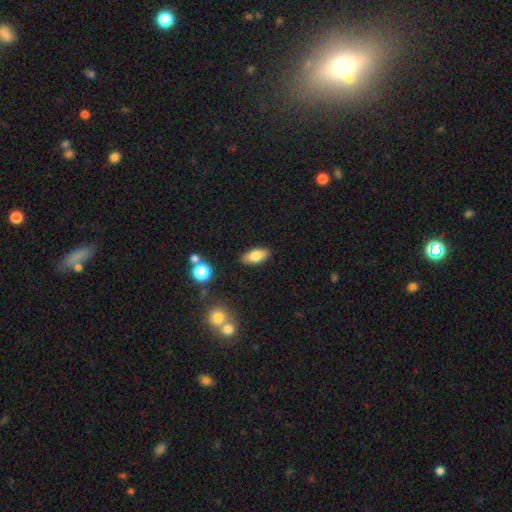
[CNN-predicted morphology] smooth_or_featured: smooth (p=0.79) [alt: featured or disk p=0.13]
how_rounded: in between (p=0.87) [alt: cigar-shaped p=0.09]
merging: none (p=0.87) [alt: minor disturbance p=0.09]